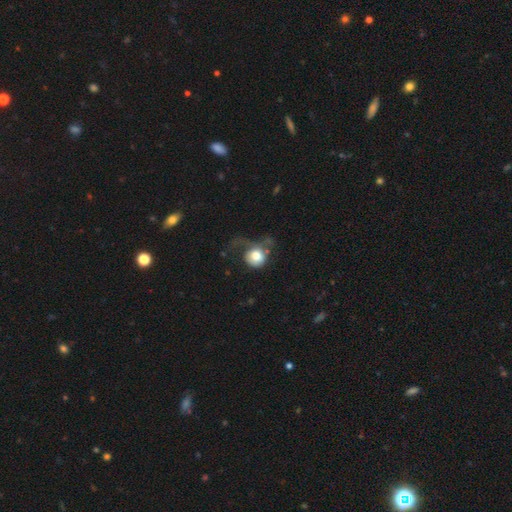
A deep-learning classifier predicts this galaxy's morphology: smooth 70%, featured or disk 23%, star or artifact 8%. Down the decision tree: how rounded — round (80%); merging — major disturbance (48%).